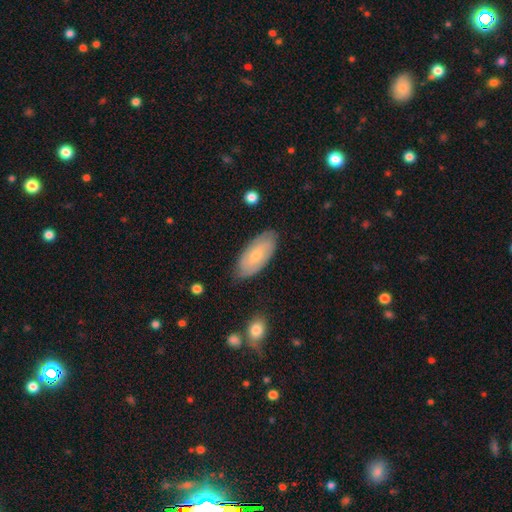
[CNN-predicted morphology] Smooth or featured? smooth (57%)
How rounded? in between (90%)
Merging? none (79%)